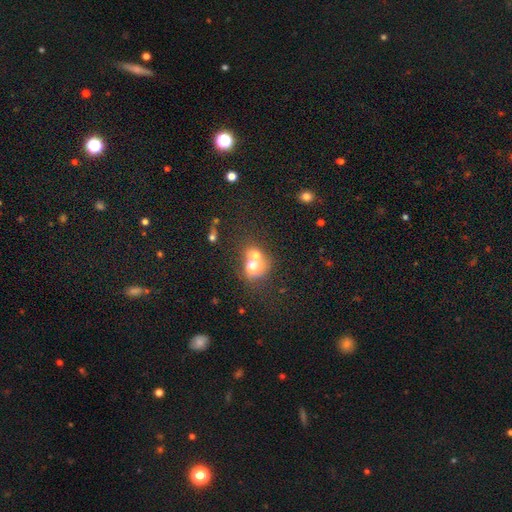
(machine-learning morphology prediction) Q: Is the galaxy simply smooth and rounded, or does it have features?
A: smooth — 66%.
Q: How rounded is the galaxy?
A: round — 62%.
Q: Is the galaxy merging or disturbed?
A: merger — 68%.